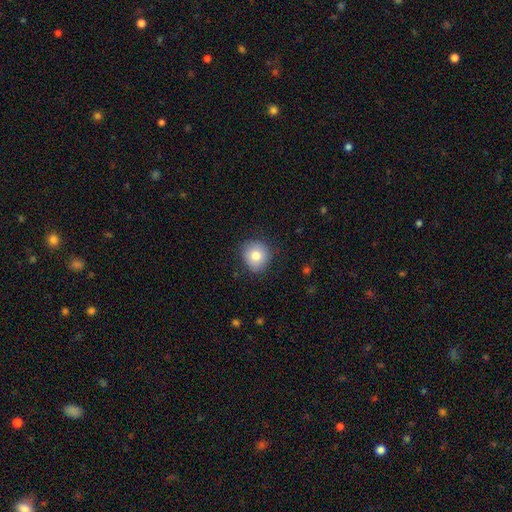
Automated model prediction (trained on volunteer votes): Smooth or featured: smooth — 77% (featured or disk — 13%)
How rounded: round — 89% (in between — 10%)
Merging: none — 86% (minor disturbance — 11%)